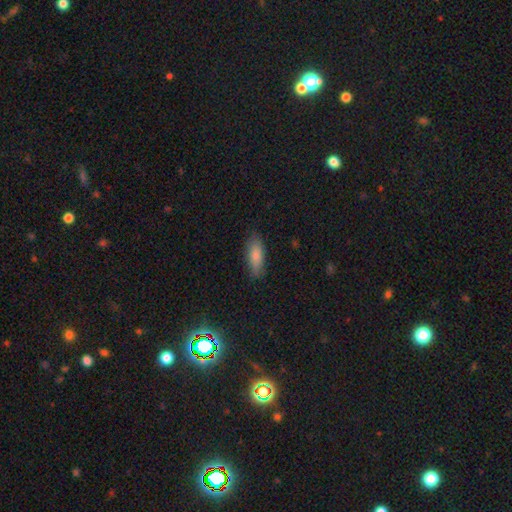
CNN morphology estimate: The model was most divided on "how rounded": in between: 67%, cigar-shaped: 30%, round: 2%. More confident: smooth or featured — smooth (83%); merging — none (80%).